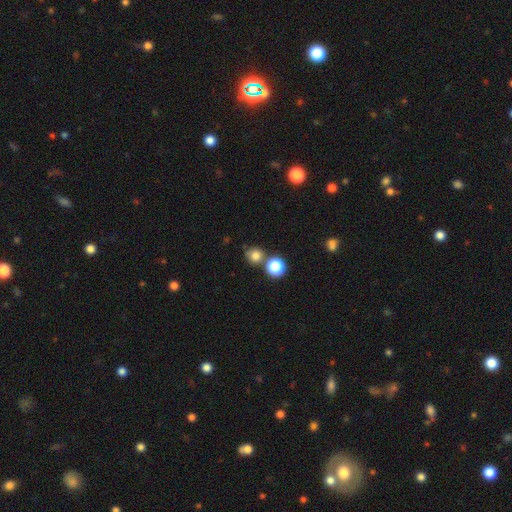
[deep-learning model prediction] This is likely a smooth galaxy (78%). How rounded: clearly round (88%). Merging: likely none (67%).